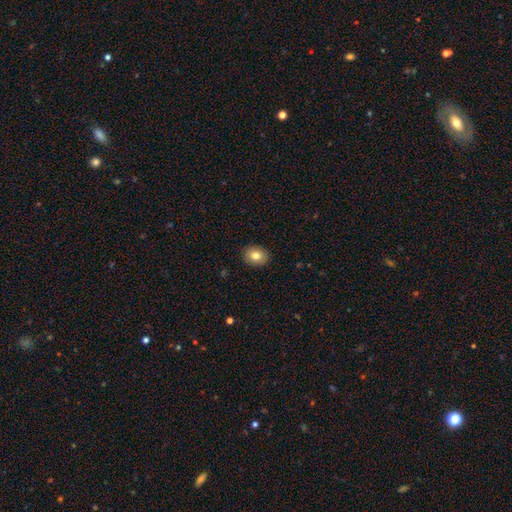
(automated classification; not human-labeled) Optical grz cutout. It shows a smooth galaxy with no disk features (81%) that is in between round and cigar-shaped (52%). Merging: none (90%).